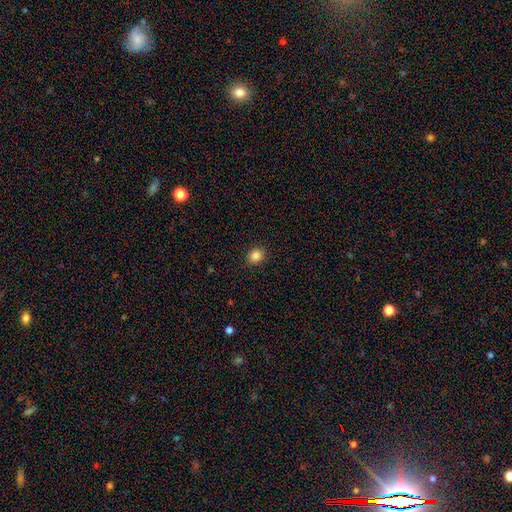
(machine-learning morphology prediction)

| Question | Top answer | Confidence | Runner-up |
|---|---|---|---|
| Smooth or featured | smooth | 85% | star or artifact (11%) |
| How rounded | round | 69% | in between (30%) |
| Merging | none | 89% | minor disturbance (8%) |